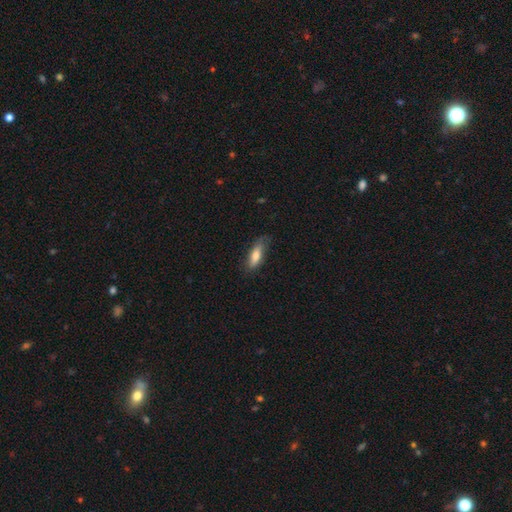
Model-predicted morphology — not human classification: Smooth or featured: smooth — 74% (featured or disk — 20%)
How rounded: in between — 55% (cigar-shaped — 43%)
Merging: none — 65% (minor disturbance — 26%)